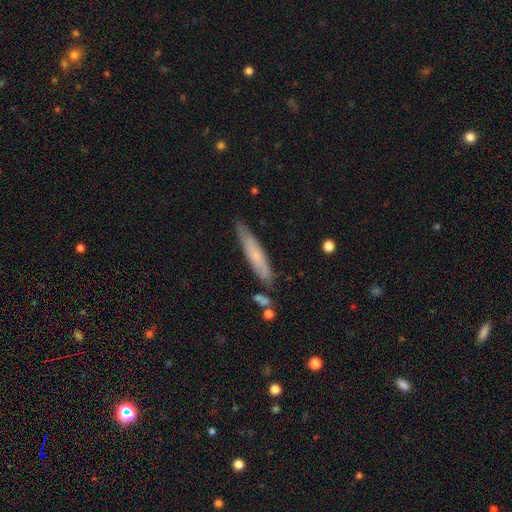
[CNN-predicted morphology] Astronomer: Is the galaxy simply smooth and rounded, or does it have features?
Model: smooth — 61%.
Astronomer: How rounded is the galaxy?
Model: cigar-shaped — 89%.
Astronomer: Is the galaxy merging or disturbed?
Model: none — 80%.